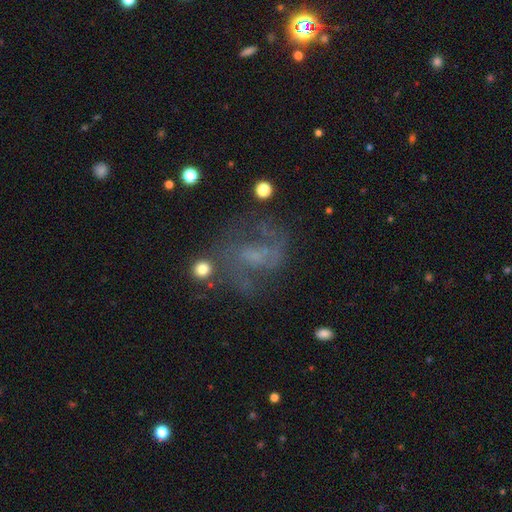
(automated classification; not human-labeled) Smooth or featured? Predicted: featured or disk (p=0.63). Edge-on disk? Predicted: no (p=0.97). Bar? Predicted: weak (p=0.44). Spiral arms? Predicted: yes (p=0.77). Bulge size? Predicted: none (p=0.43). Merging? Predicted: none (p=0.54).